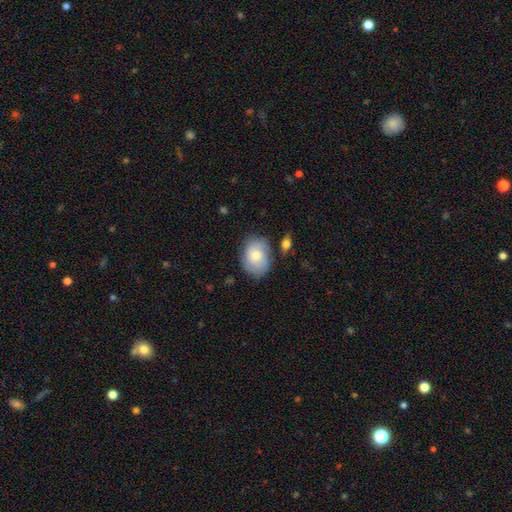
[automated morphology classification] A smooth galaxy with no disk features (75%) that is in between round and cigar-shaped (72%). Merging: none (72%).